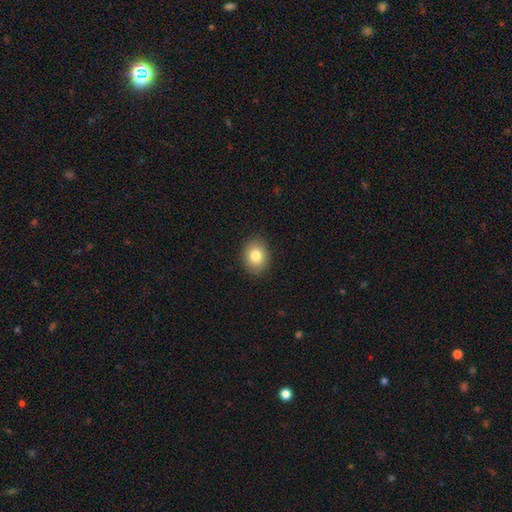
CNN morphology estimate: smooth-or-featured: smooth: 81% | featured or disk: 9% | star or artifact: 9%
  how-rounded: in between: 51% | round: 48% | cigar-shaped: 1%
  merging: none: 89% | minor disturbance: 8% | major disturbance: 2% | merger: 1%